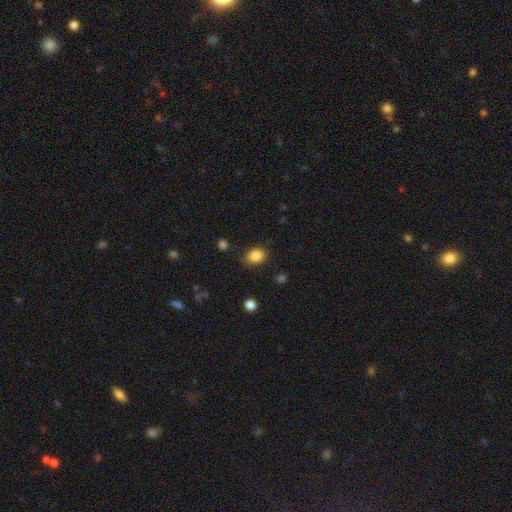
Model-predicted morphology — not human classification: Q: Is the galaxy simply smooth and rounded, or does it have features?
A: smooth — 85%.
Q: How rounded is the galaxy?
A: in between — 60%.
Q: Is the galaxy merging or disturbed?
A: none — 78%.